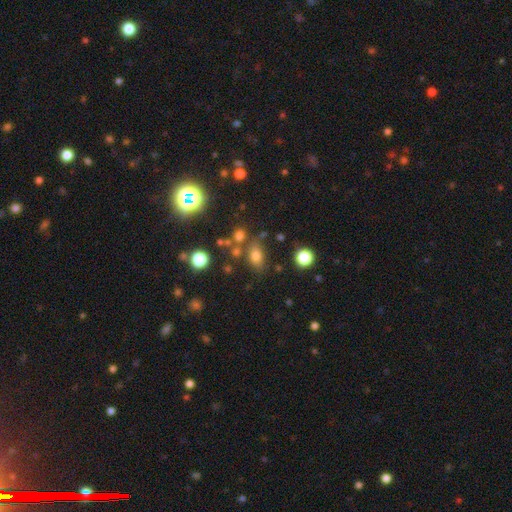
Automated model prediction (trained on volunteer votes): smooth-or-featured: smooth: 70% | star or artifact: 19% | featured or disk: 11%
  how-rounded: in between: 74% | round: 23% | cigar-shaped: 4%
  merging: none: 69% | minor disturbance: 14% | merger: 12% | major disturbance: 5%